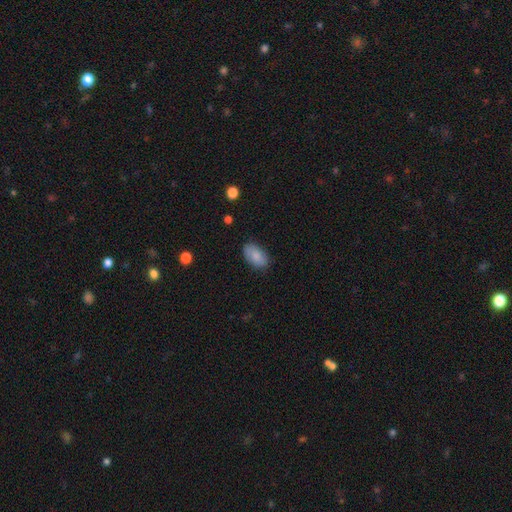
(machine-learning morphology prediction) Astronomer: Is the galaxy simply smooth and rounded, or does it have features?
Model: smooth — 81%.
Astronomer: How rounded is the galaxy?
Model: in between — 93%.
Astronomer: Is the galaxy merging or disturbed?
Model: none — 83%.